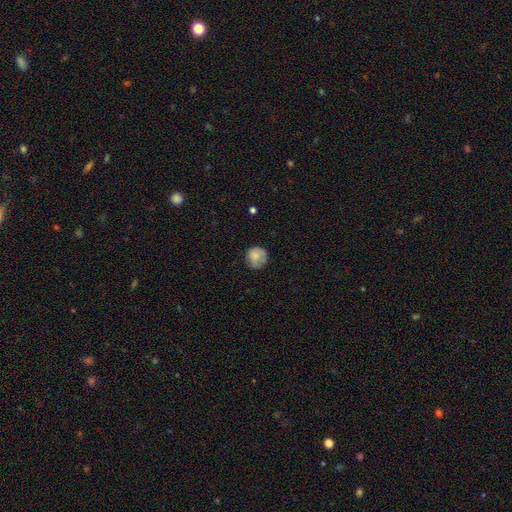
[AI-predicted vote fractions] A smooth galaxy with no disk features (79%) that is round (89%). Merging: none (71%).